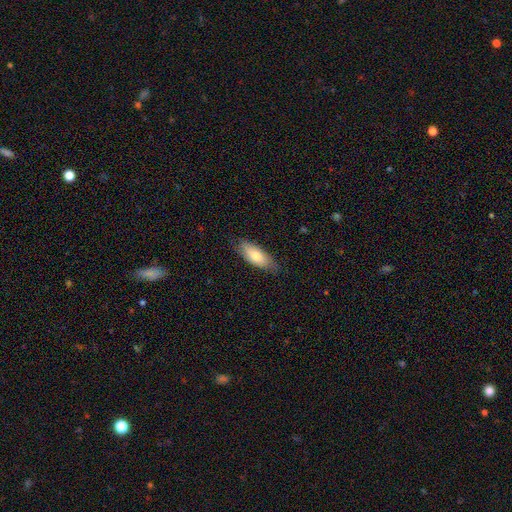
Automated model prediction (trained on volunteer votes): A smooth galaxy with no disk features (73%) that is in between round and cigar-shaped (77%). Merging: none (77%).